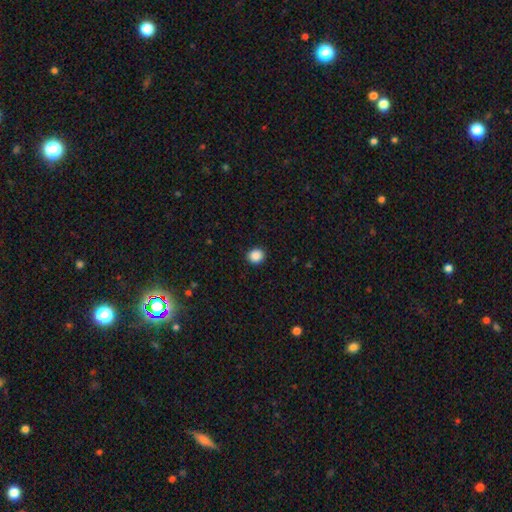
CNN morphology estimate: Smooth or featured? smooth (88%)
How rounded? round (85%)
Merging? none (91%)